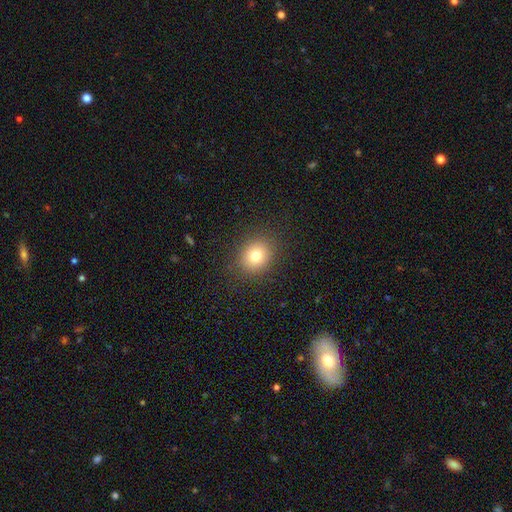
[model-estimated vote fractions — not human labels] This appears to be a smooth galaxy with no disk features (78%) that is round (72%). Merging: none (88%).